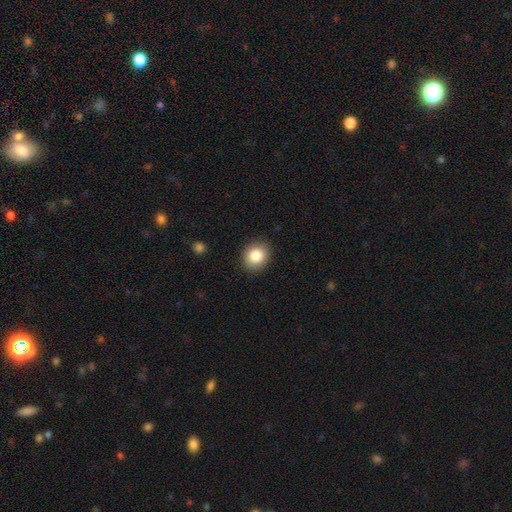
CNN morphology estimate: A smooth galaxy with no disk features (85%) that is round (71%).

Vote fractions:
- Smooth or featured? smooth: 85% / star or artifact: 9% / featured or disk: 6%
- How rounded? round: 71% / in between: 28% / cigar-shaped: 1%
- Merging? none: 89% / minor disturbance: 8% / major disturbance: 2% / merger: 1%